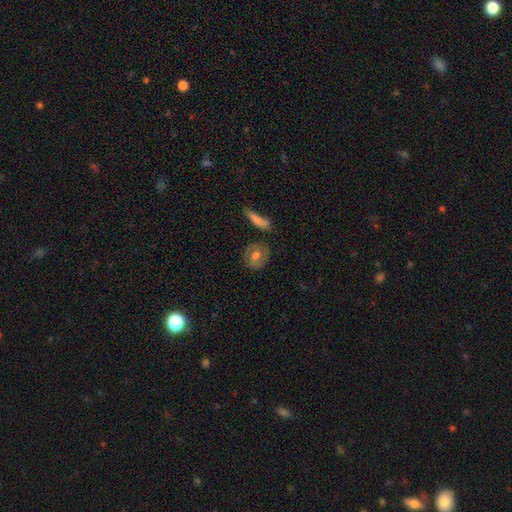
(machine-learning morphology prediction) type=smooth (46%, tied with featured or disk); merging=none (76%).